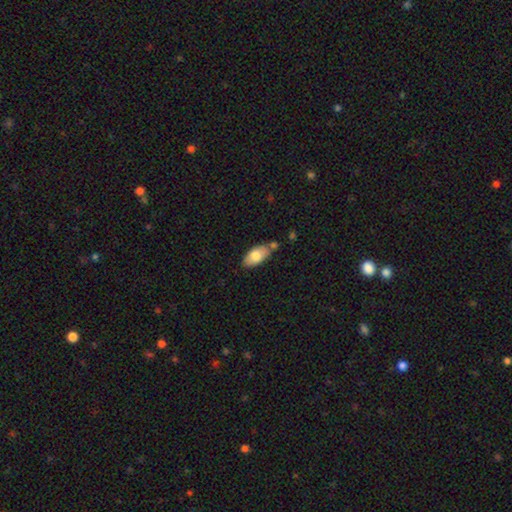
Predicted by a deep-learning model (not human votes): A smooth galaxy with no disk features (76%) that is in between round and cigar-shaped (92%). Merging: none (62%).